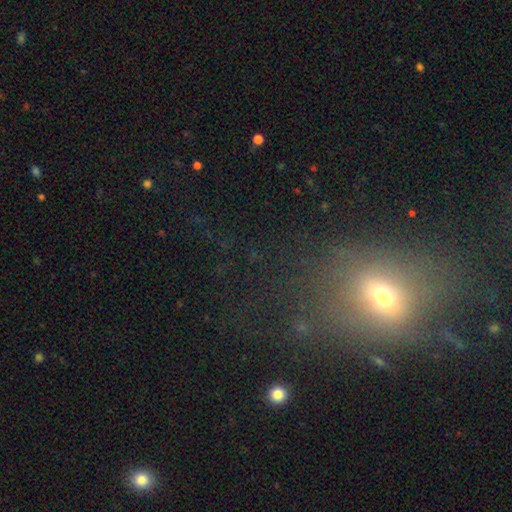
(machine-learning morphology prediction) Smooth or featured? smooth (41%)
Merging? none (58%)